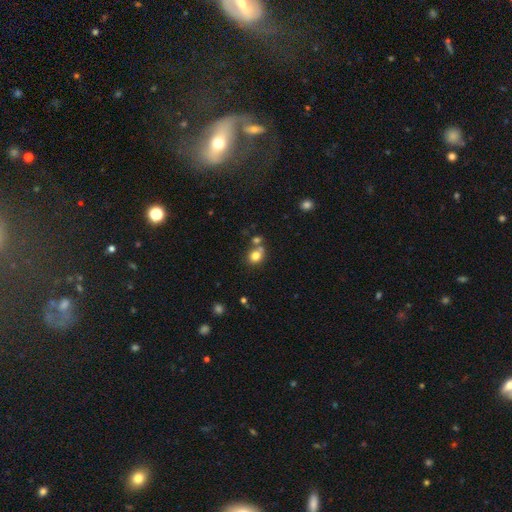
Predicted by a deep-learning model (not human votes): This appears to be a smooth galaxy with no disk features (78%) that is round (67%). Merging: none (54%).